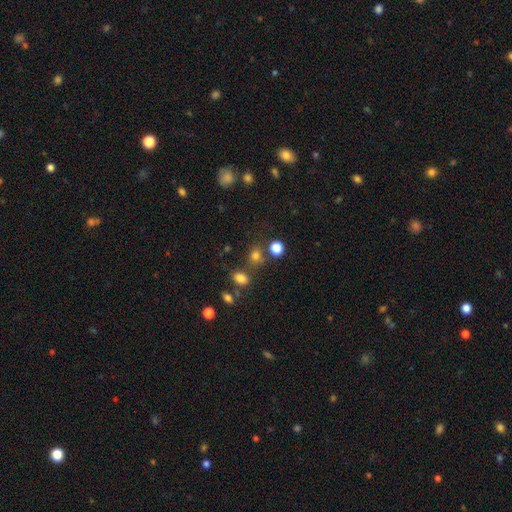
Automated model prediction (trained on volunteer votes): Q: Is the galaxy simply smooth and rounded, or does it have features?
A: smooth — 77%.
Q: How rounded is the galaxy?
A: round — 63%.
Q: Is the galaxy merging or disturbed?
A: none — 66%.